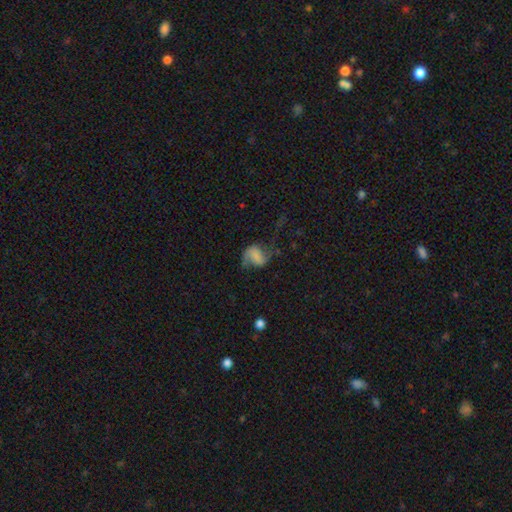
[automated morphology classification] Overall: featured or disk (61%; smooth 30%). Edge-on disk: no (98%). Bar: no (48%; weak 34%). Spiral arms: yes (89%). Spiral arm count: 2 (79%). Spiral winding: loose (56%; medium 33%). Bulge size: none (61%). Merging: none (48%; major disturbance 28%).